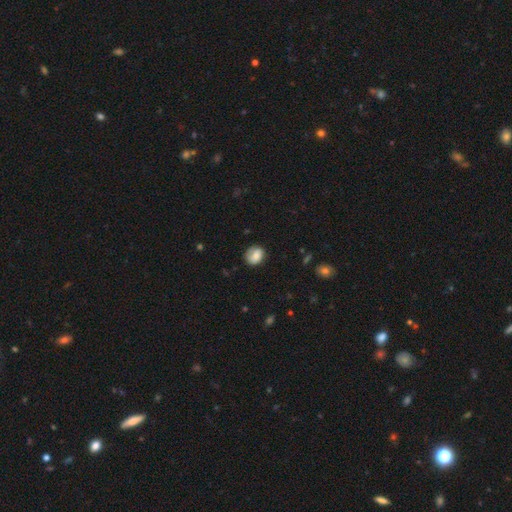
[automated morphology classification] This appears to be a smooth galaxy with no disk features (77%) that is round (66%). Merging: none (70%).